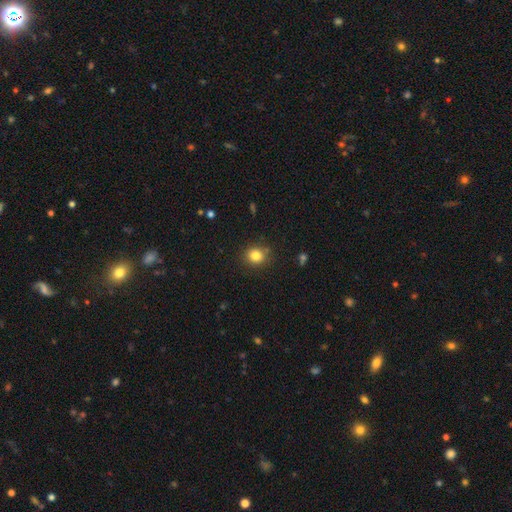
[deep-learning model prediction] Overall: smooth (83%). How rounded: round (74%). Merging: none (85%).